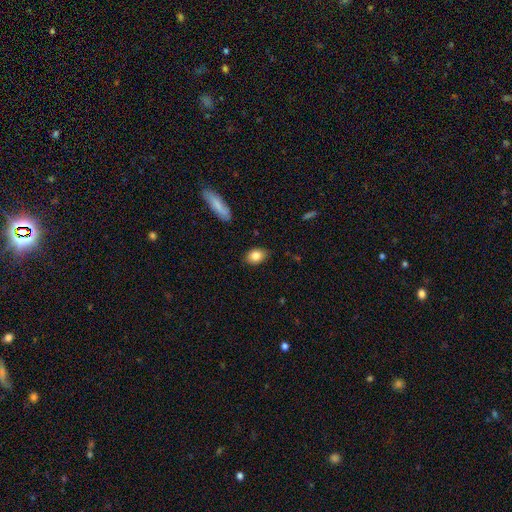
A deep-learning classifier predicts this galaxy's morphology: This appears to be a smooth galaxy with no disk features (84%) that is in between round and cigar-shaped (77%). Merging: none (85%).